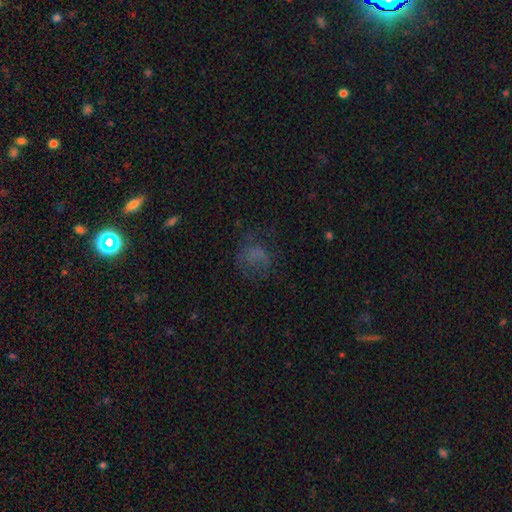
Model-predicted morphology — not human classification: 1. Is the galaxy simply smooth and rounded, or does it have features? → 46% smooth, 30% featured or disk, 24% star or artifact.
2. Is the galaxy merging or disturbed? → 44% none, 33% major disturbance, 19% minor disturbance, 3% merger.